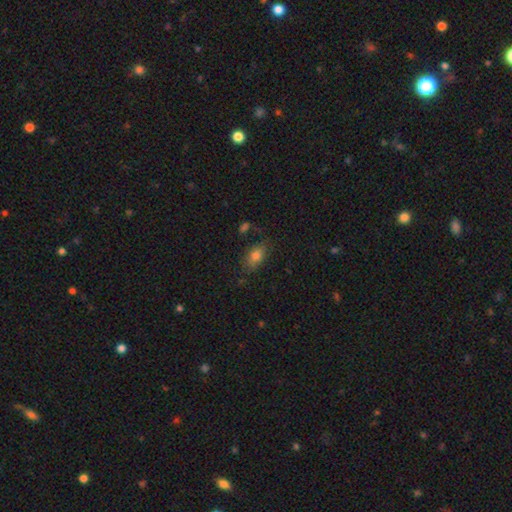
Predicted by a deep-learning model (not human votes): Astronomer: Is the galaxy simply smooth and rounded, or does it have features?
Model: smooth — 78%.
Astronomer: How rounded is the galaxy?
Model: in between — 86%.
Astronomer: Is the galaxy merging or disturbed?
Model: none — 71%.